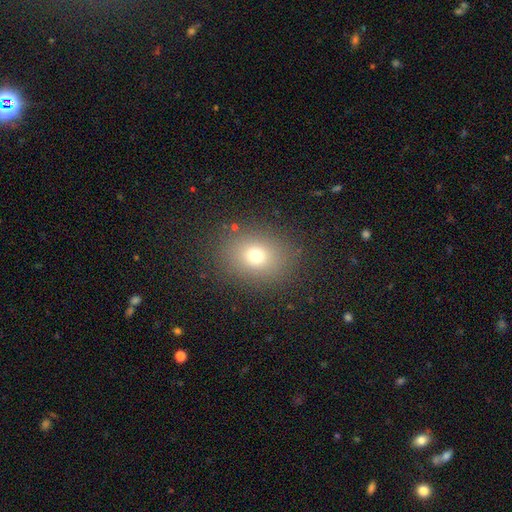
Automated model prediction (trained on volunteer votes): Smooth or featured?
  - smooth: 73% *
  - star or artifact: 16%
  - featured or disk: 11%
How rounded?
  - round: 51% *
  - in between: 48%
  - cigar-shaped: 1%
Merging?
  - none: 86% *
  - minor disturbance: 9%
  - major disturbance: 4%
  - merger: 1%